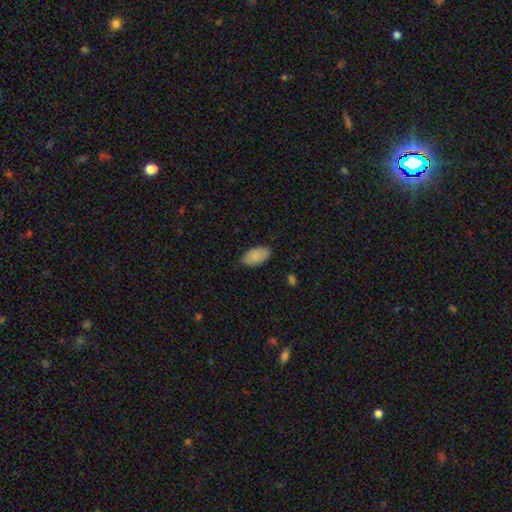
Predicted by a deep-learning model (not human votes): Morphology: type=smooth (87%); roundness=in between (95%); merging=none (77%).